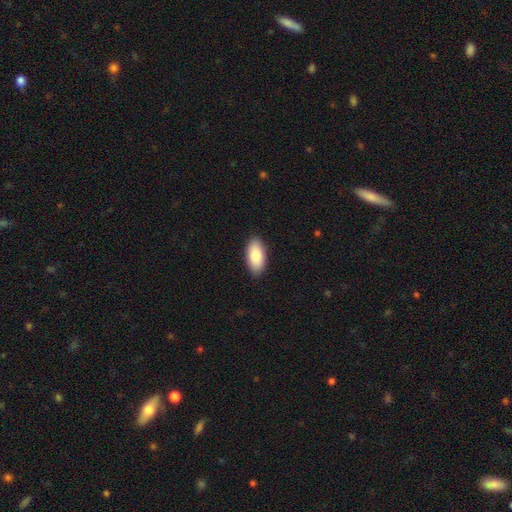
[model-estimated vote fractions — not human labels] A smooth galaxy with no disk features (83%) that is in between round and cigar-shaped (93%).

Vote fractions:
- Smooth or featured? smooth: 83% / featured or disk: 11% / star or artifact: 6%
- How rounded? in between: 93% / cigar-shaped: 5% / round: 2%
- Merging? none: 90% / minor disturbance: 8% / major disturbance: 2% / merger: 1%